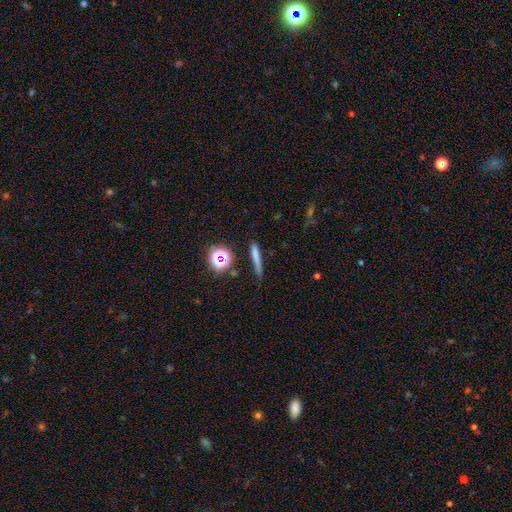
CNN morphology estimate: Smooth or featured? Predicted: smooth (p=0.67). How rounded? Predicted: cigar-shaped (p=0.88). Merging? Predicted: none (p=0.75).